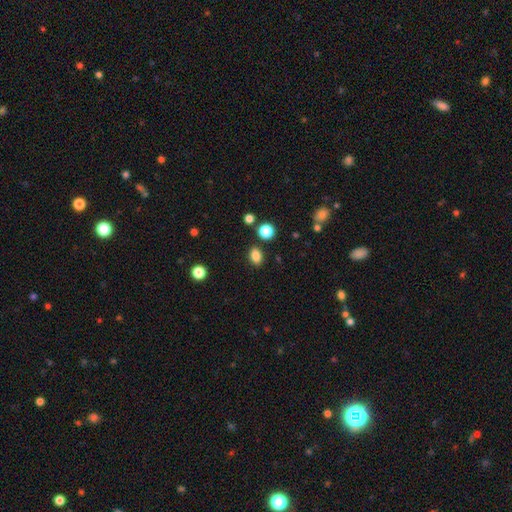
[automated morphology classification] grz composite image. It shows a smooth galaxy with no disk features (84%) that is in between round and cigar-shaped (73%). Merging: none (84%).